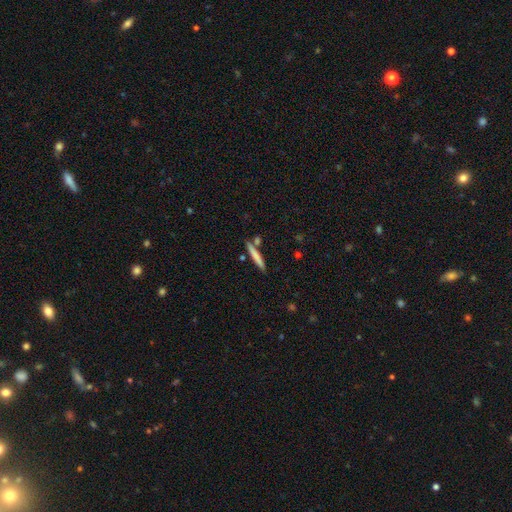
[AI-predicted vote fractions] smooth-or-featured: smooth: 72% | featured or disk: 22% | star or artifact: 6%
  how-rounded: cigar-shaped: 95% | in between: 4% | round: 2%
  merging: none: 80% | minor disturbance: 9% | merger: 8% | major disturbance: 2%